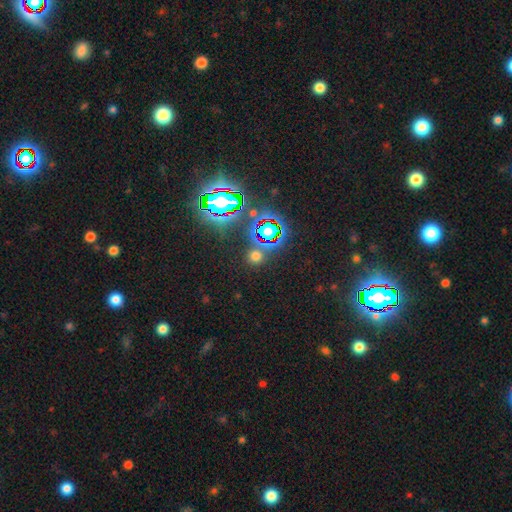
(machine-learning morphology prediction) The model was most divided on "smooth or featured": smooth: 51%, star or artifact: 42%, featured or disk: 6%. More confident: how rounded — round (89%); merging — none (81%).